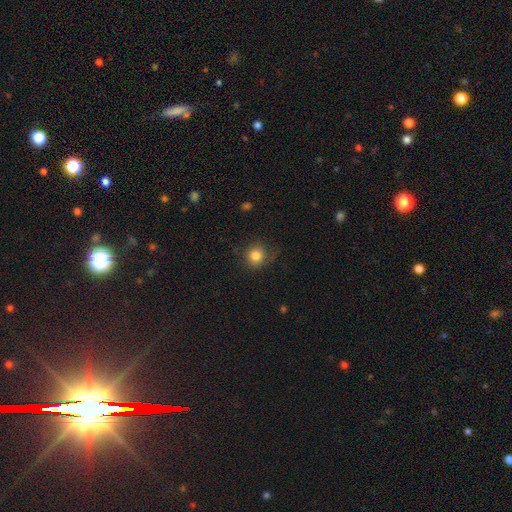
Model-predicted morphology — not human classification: type=smooth (83%); roundness=round (87%); merging=none (72%).